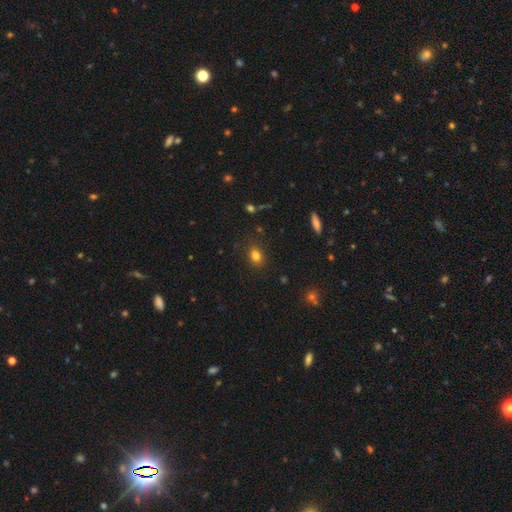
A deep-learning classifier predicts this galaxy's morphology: A smooth galaxy with no disk features (80%) that is in between round and cigar-shaped (60%). Merging: none (85%).